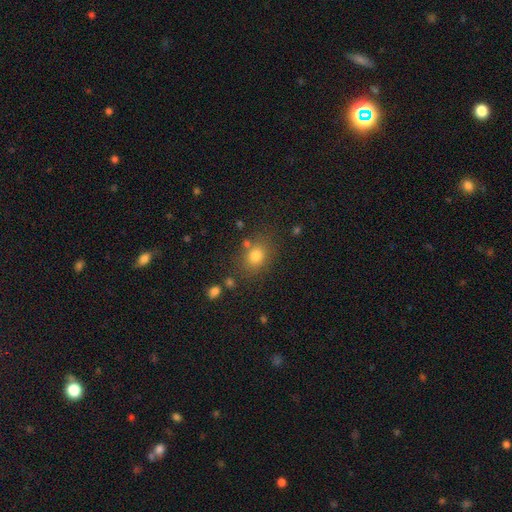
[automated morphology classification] This is likely a smooth galaxy (79%). How rounded: possibly round (50%). Merging: likely none (76%).